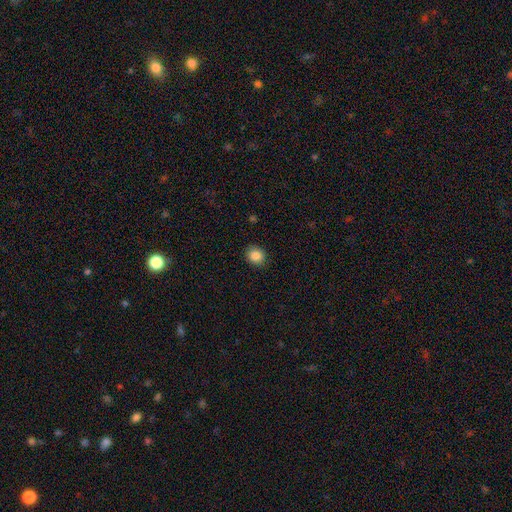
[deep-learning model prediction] smooth 86%, star or artifact 9%, featured or disk 5%. Down the decision tree: how rounded — round (67%); merging — none (89%).